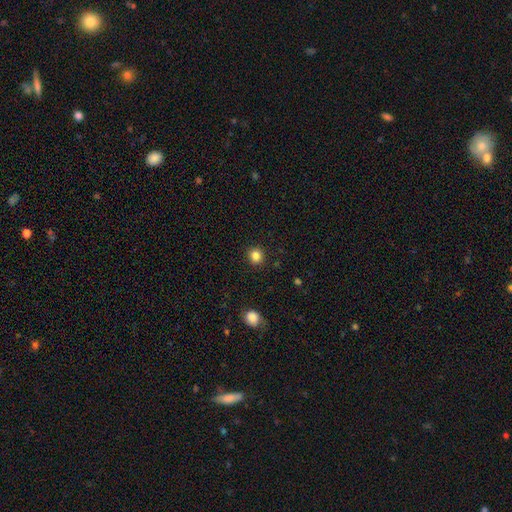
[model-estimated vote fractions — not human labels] Smooth or featured? Predicted: smooth (p=0.85). How rounded? Predicted: round (p=0.88). Merging? Predicted: none (p=0.91).